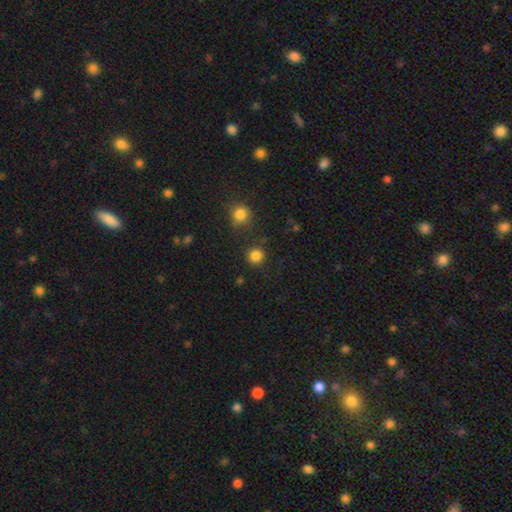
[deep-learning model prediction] Smooth or featured? Predicted: smooth (p=0.83). How rounded? Predicted: round (p=0.93). Merging? Predicted: none (p=0.86).